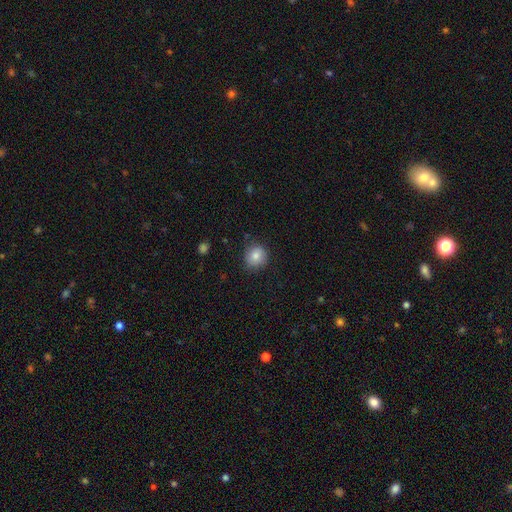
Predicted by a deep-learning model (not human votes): A smooth galaxy with no disk features (82%) that is round (84%). Merging: none (79%).